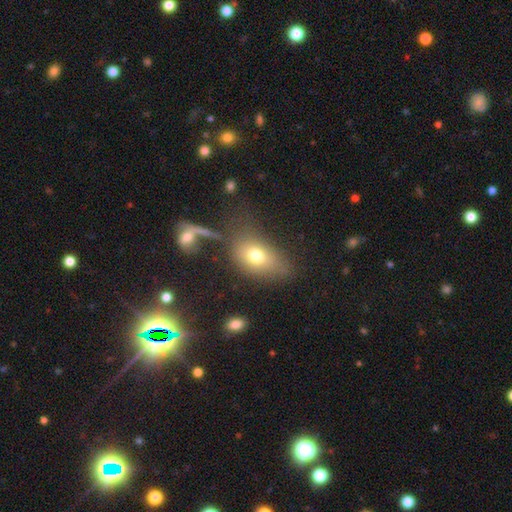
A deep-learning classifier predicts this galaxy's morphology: Smooth or featured?
  - smooth: 72% *
  - featured or disk: 17%
  - star or artifact: 11%
How rounded?
  - in between: 78% *
  - round: 19%
  - cigar-shaped: 3%
Merging?
  - none: 55% *
  - minor disturbance: 19%
  - major disturbance: 15%
  - merger: 12%